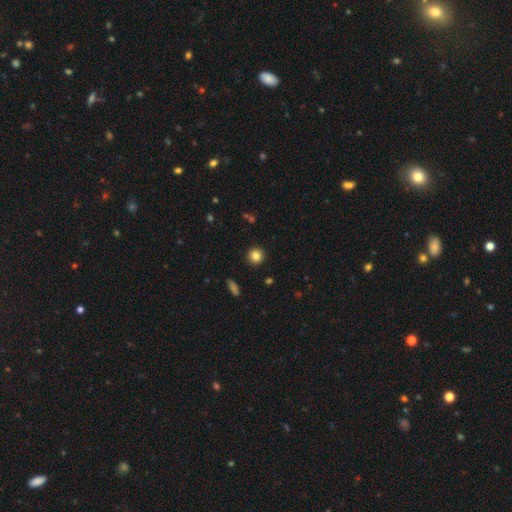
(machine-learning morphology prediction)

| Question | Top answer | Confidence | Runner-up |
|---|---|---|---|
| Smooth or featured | smooth | 85% | star or artifact (10%) |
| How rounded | round | 93% | in between (6%) |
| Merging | none | 92% | minor disturbance (5%) |